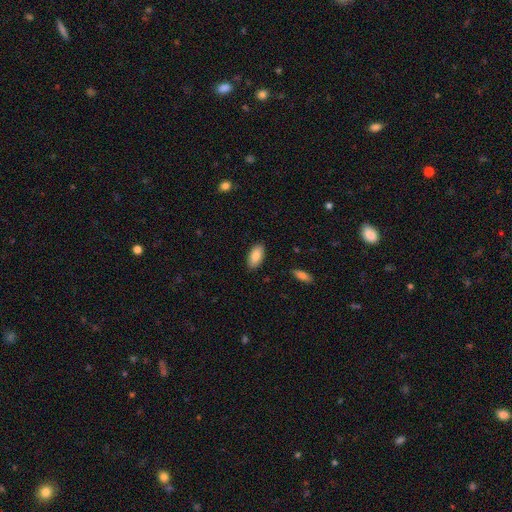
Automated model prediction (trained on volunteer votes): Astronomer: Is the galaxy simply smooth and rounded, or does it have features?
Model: smooth — 83%.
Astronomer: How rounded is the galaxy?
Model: in between — 93%.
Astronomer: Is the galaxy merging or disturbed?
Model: none — 87%.